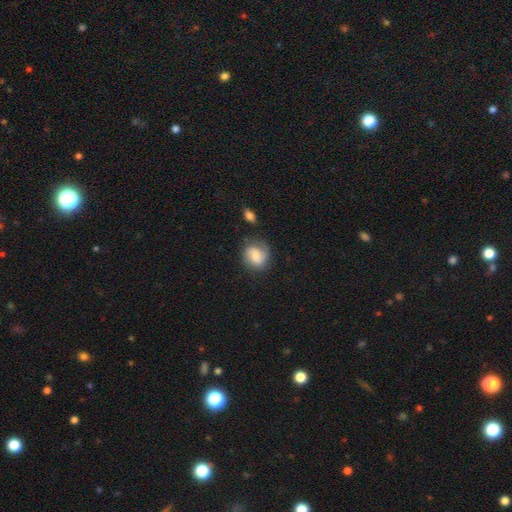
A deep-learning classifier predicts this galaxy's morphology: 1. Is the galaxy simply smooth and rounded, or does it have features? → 49% smooth, 42% featured or disk, 8% star or artifact.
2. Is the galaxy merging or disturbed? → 66% none, 21% minor disturbance, 9% major disturbance, 4% merger.